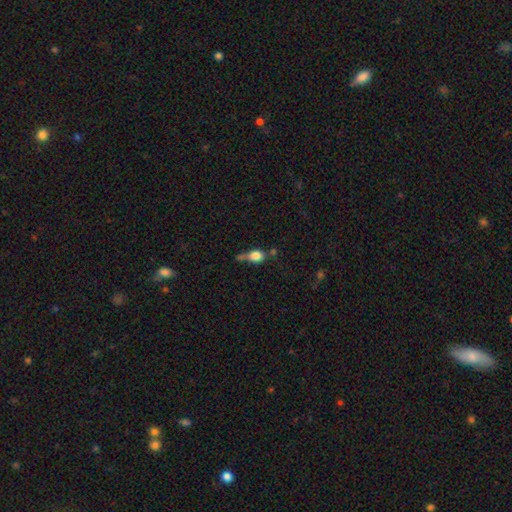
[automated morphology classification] A smooth galaxy with no disk features (79%) that is in between round and cigar-shaped (54%). Merging: none (33%).